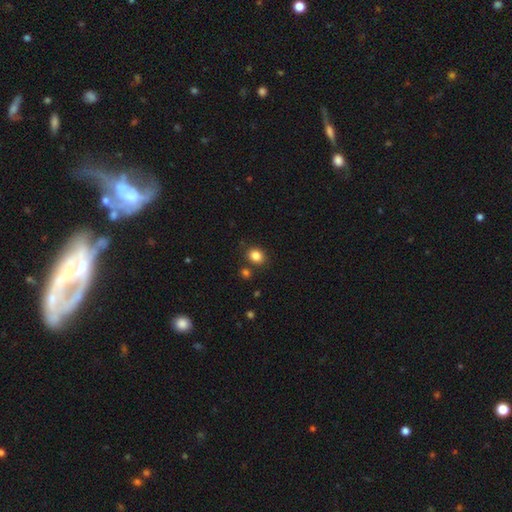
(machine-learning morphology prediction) A smooth galaxy with no disk features (85%) that is round (60%).

Vote fractions:
- Smooth or featured? smooth: 85% / star or artifact: 11% / featured or disk: 5%
- How rounded? round: 60% / in between: 39% / cigar-shaped: 1%
- Merging? none: 81% / minor disturbance: 10% / merger: 6% / major disturbance: 3%